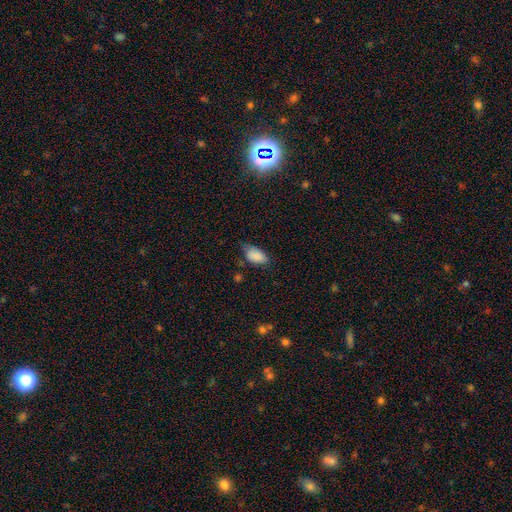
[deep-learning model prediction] This is clearly a smooth galaxy (87%). How rounded: clearly in between (93%). Merging: possibly none (59%).